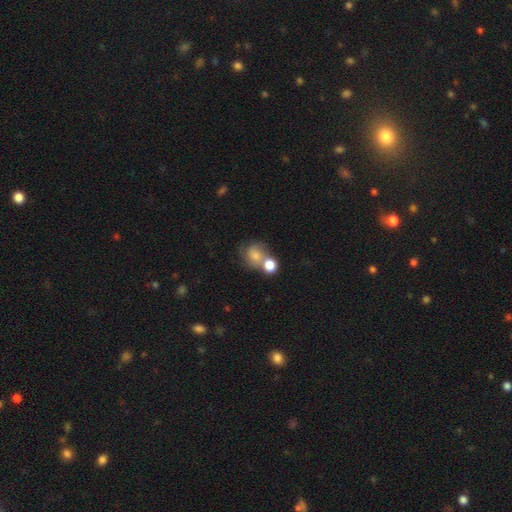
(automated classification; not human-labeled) Smooth or featured? smooth (62%)
How rounded? round (72%)
Merging? merger (41%)